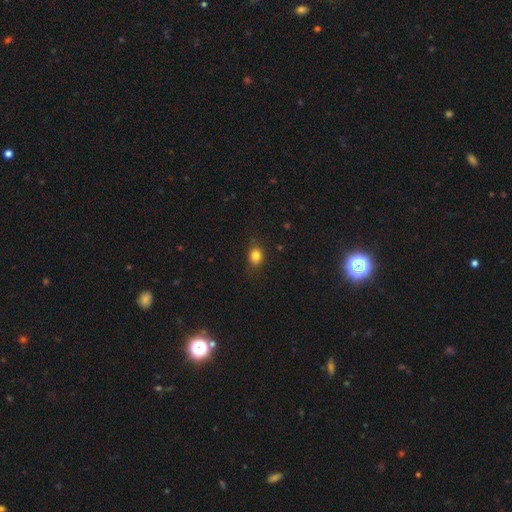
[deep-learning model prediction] Smooth or featured?
  - smooth: 83% *
  - star or artifact: 11%
  - featured or disk: 6%
How rounded?
  - round: 54% *
  - in between: 44%
  - cigar-shaped: 1%
Merging?
  - none: 82% *
  - minor disturbance: 13%
  - major disturbance: 4%
  - merger: 1%